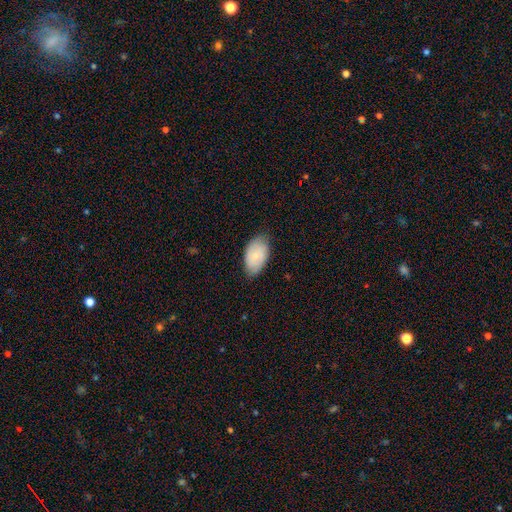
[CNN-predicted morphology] Smooth or featured? smooth (71%)
How rounded? in between (93%)
Merging? none (74%)